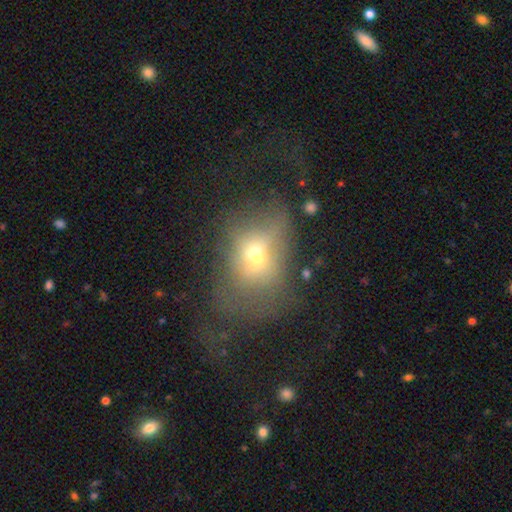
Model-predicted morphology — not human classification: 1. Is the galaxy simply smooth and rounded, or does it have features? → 55% smooth, 29% featured or disk, 16% star or artifact.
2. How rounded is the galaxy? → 54% in between, 44% round, 2% cigar-shaped.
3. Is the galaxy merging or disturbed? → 42% major disturbance, 32% none, 22% minor disturbance, 3% merger.